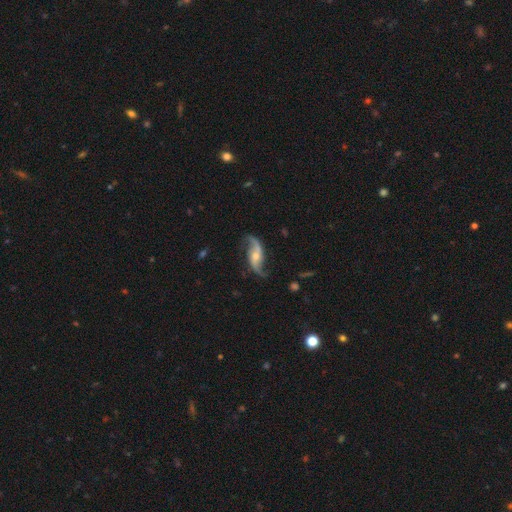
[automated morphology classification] Overall: featured or disk (89%). Edge-on disk: no (95%). Bar: no (51%; weak 33%). Spiral arms: yes (96%). Spiral arm count: 2 (94%). Spiral winding: loose (87%). Bulge size: moderate (48%; small 46%). Merging: none (76%).